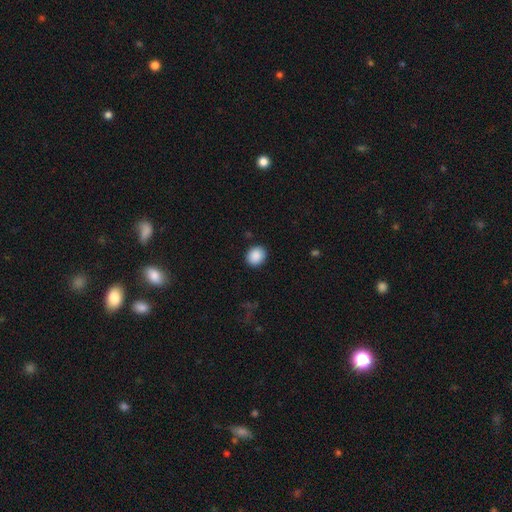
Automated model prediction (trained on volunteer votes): Overall: smooth (89%). How rounded: round (67%; in between 32%). Merging: none (90%).